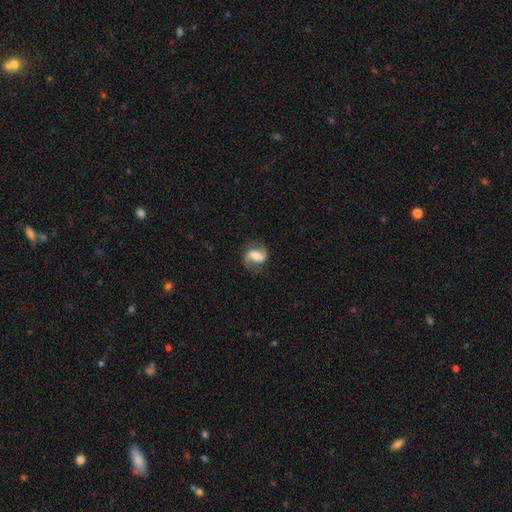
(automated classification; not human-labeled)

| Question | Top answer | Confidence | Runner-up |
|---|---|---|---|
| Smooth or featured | featured or disk | 76% | smooth (18%) |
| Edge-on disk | no | 97% | yes (3%) |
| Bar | weak | 41% | strong (33%) |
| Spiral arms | yes | 94% | no (6%) |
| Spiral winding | loose | 44% | medium (42%) |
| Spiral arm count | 2 | 90% | 1 (4%) |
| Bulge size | moderate | 49% | small (24%) |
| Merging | none | 76% | minor disturbance (15%) |